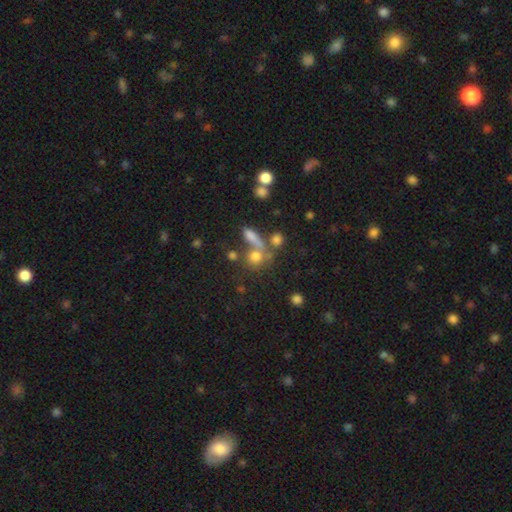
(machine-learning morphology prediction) Smooth or featured? smooth (64%)
How rounded? round (76%)
Merging? none (50%)